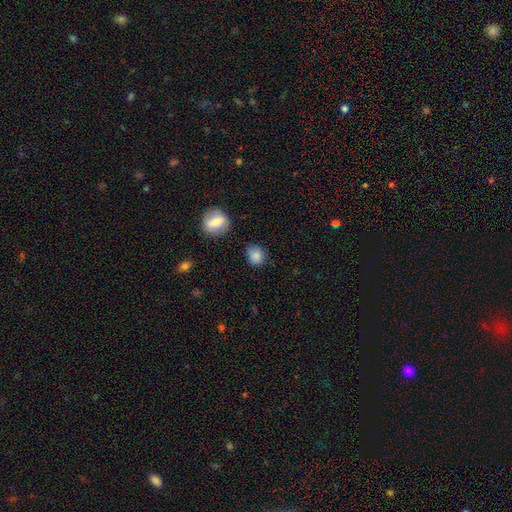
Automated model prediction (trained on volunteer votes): Overall: smooth (85%). How rounded: round (65%; in between 34%). Merging: none (79%).